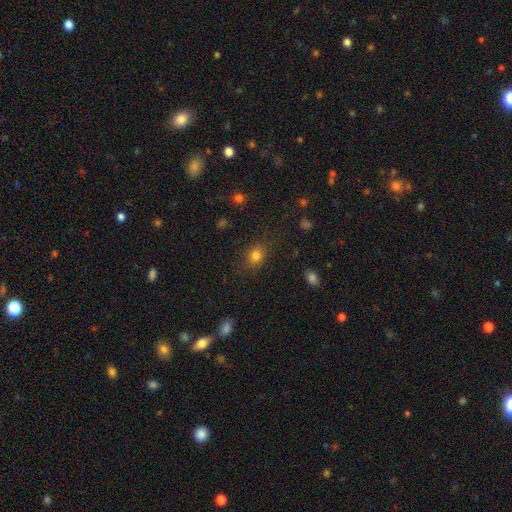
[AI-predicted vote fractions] smooth_or_featured: smooth (p=0.81) [alt: star or artifact p=0.13]
how_rounded: in between (p=0.52) [alt: round p=0.46]
merging: none (p=0.81) [alt: minor disturbance p=0.13]